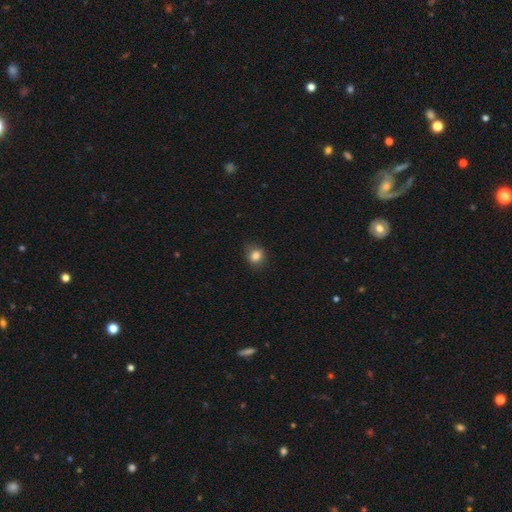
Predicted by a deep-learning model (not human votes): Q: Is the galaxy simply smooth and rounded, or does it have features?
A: smooth — 84%.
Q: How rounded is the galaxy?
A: round — 68%.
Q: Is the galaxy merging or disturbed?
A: none — 82%.